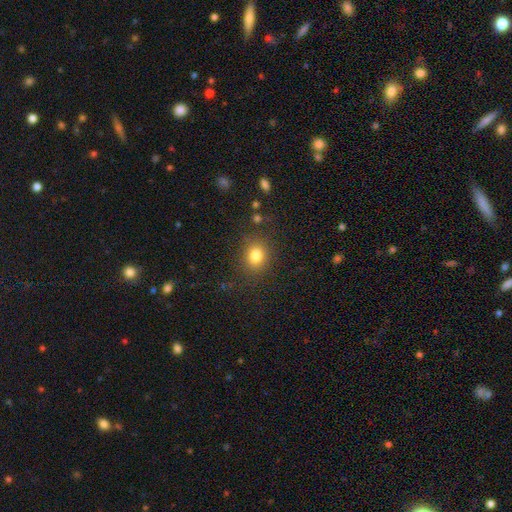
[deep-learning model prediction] Smooth or featured?
  - smooth: 81% *
  - star or artifact: 12%
  - featured or disk: 6%
How rounded?
  - round: 66% *
  - in between: 33%
  - cigar-shaped: 1%
Merging?
  - none: 83% *
  - minor disturbance: 11%
  - major disturbance: 4%
  - merger: 2%